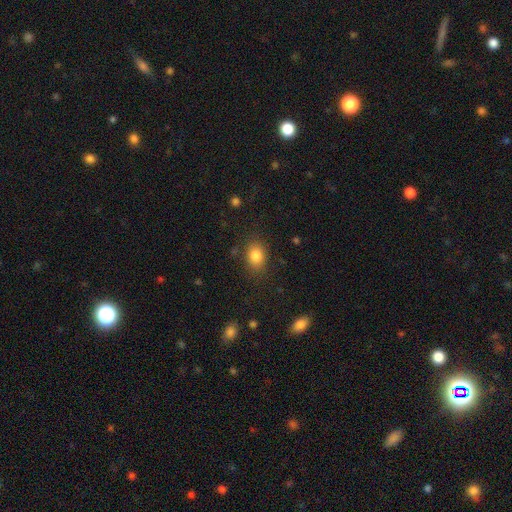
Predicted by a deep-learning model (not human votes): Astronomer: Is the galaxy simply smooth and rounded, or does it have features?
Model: smooth — 84%.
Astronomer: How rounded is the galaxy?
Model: in between — 64%.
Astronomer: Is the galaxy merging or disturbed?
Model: none — 81%.